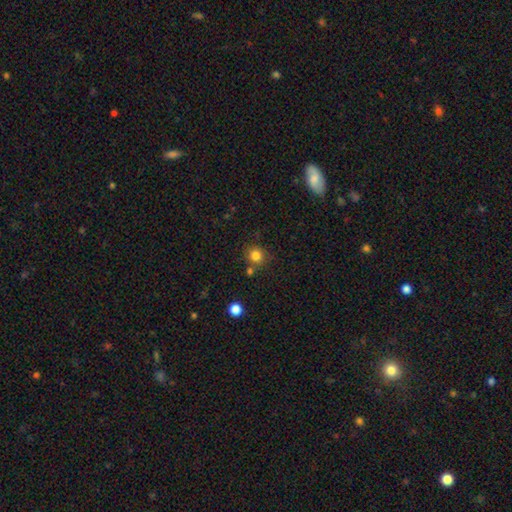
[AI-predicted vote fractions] A smooth galaxy with no disk features (82%) that is round (91%).

Vote fractions:
- Smooth or featured? smooth: 82% / star or artifact: 13% / featured or disk: 5%
- How rounded? round: 91% / in between: 8% / cigar-shaped: 1%
- Merging? none: 76% / merger: 11% / minor disturbance: 10% / major disturbance: 3%